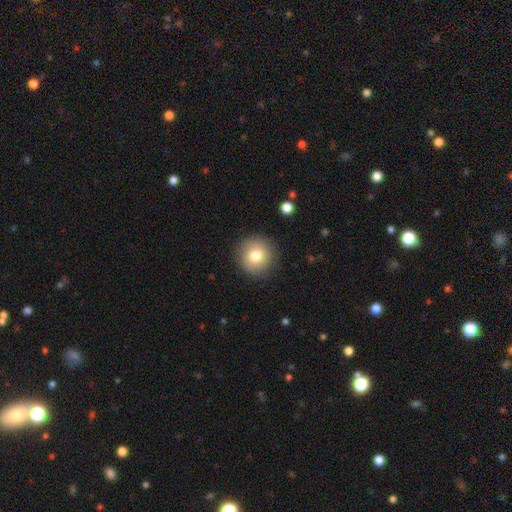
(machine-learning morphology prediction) Smooth or featured? Predicted: smooth (p=0.78). How rounded? Predicted: round (p=0.94). Merging? Predicted: none (p=0.89).